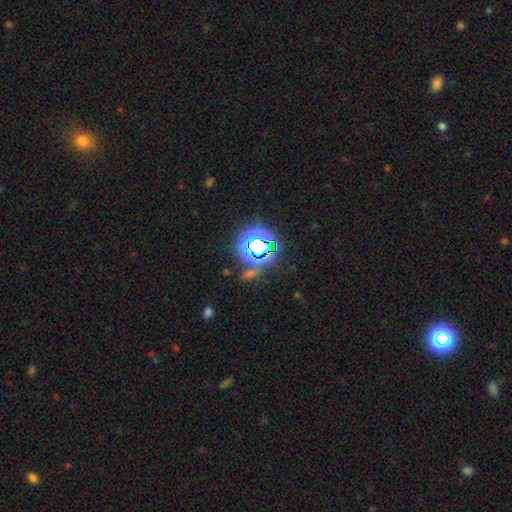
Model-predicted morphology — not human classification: A star or artifact, not a galaxy (79%).

Vote fractions:
- Smooth or featured? star or artifact: 79% / smooth: 14% / featured or disk: 8%